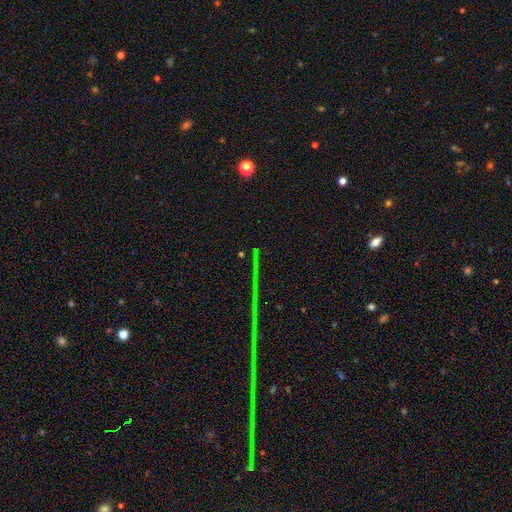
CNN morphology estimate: Smooth or featured?
  - star or artifact: 83% *
  - featured or disk: 9%
  - smooth: 8%